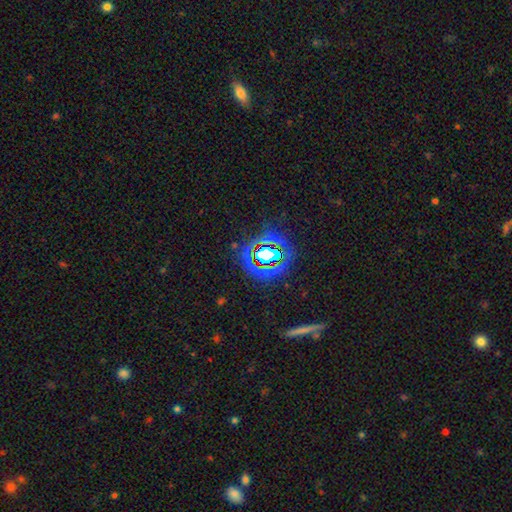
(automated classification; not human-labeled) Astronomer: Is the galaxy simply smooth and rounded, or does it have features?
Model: star or artifact — 73%.